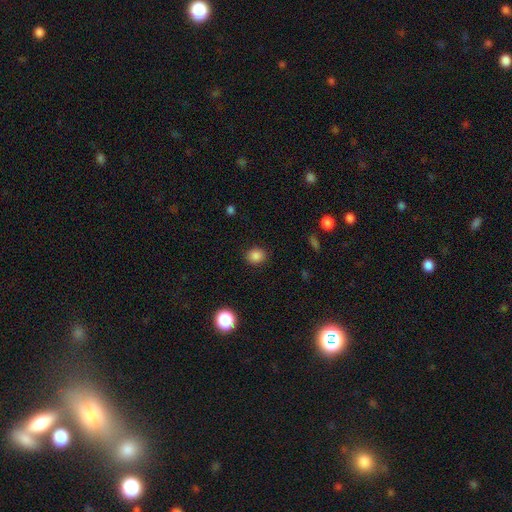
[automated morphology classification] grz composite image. It shows a smooth galaxy with no disk features (85%) that is round (68%). Merging: none (88%).